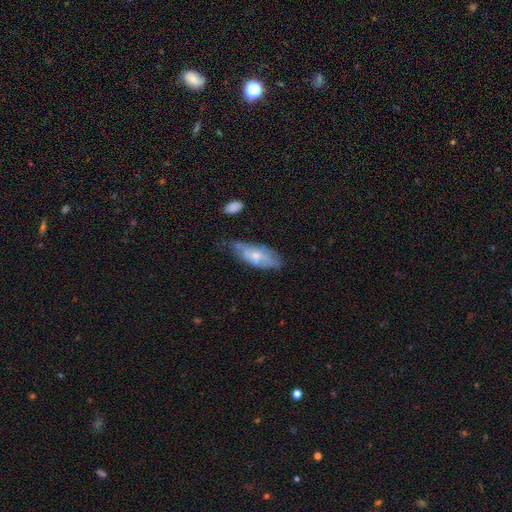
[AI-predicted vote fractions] Q: Smooth or featured?
A: smooth (51%); runner-up: featured or disk (43%)
Q: How rounded?
A: in between (77%); runner-up: cigar-shaped (21%)
Q: Merging?
A: none (53%); runner-up: minor disturbance (32%)